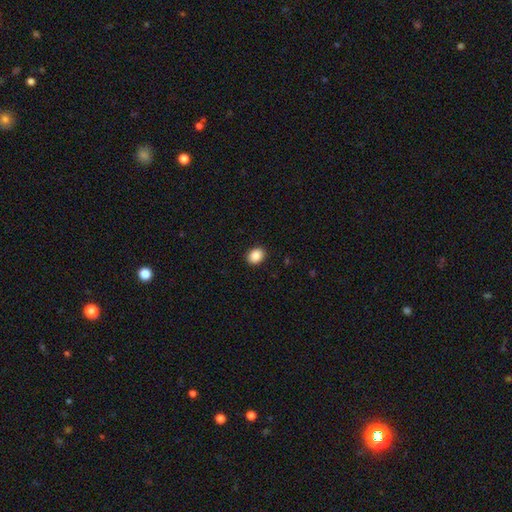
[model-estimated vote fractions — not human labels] A smooth galaxy with no disk features (88%) that is in between round and cigar-shaped (54%). Merging: none (91%).